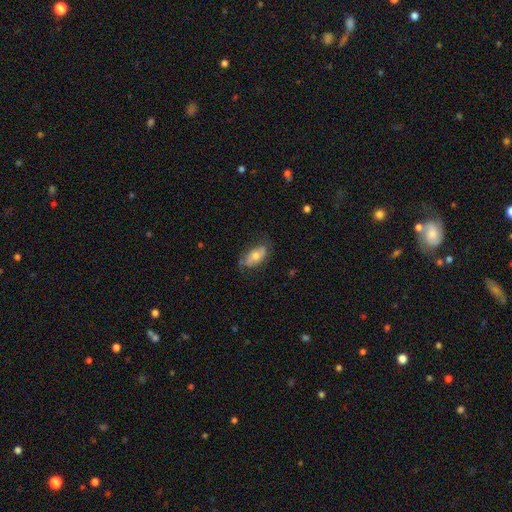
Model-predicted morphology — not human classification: smooth_or_featured: smooth (p=0.53) [alt: featured or disk p=0.40]
how_rounded: in between (p=0.89) [alt: cigar-shaped p=0.06]
merging: none (p=0.64) [alt: minor disturbance p=0.25]